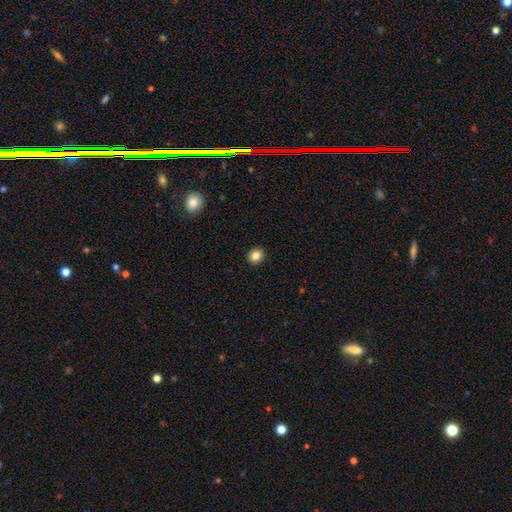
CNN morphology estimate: smooth_or_featured: smooth (p=0.84) [alt: star or artifact p=0.11]
how_rounded: round (p=0.86) [alt: in between p=0.13]
merging: none (p=0.93) [alt: minor disturbance p=0.05]